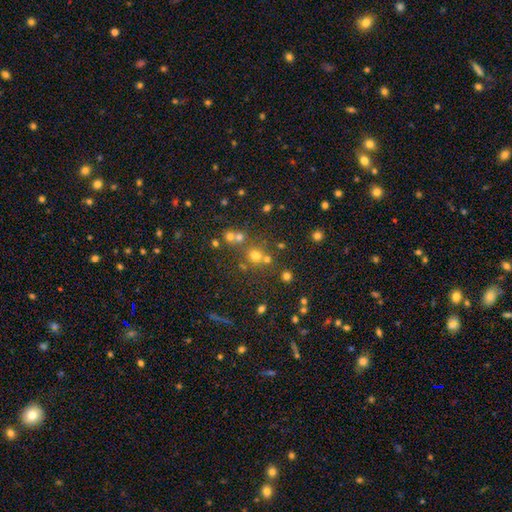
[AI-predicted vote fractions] A smooth galaxy with no disk features (58%) that is round (85%). Merging: none (63%).